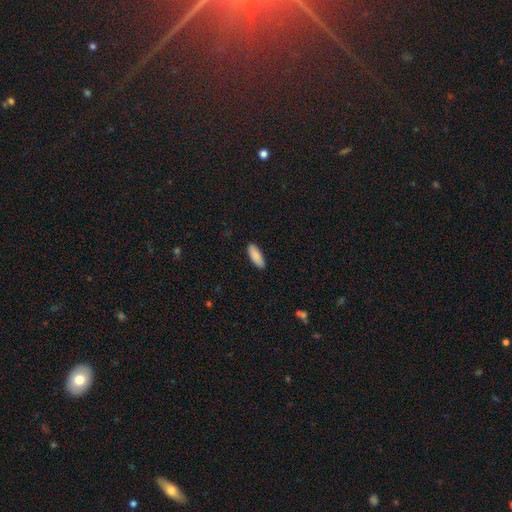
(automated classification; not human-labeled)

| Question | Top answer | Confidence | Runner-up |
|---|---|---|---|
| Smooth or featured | smooth | 89% | star or artifact (6%) |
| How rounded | in between | 63% | cigar-shaped (35%) |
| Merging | none | 89% | minor disturbance (8%) |